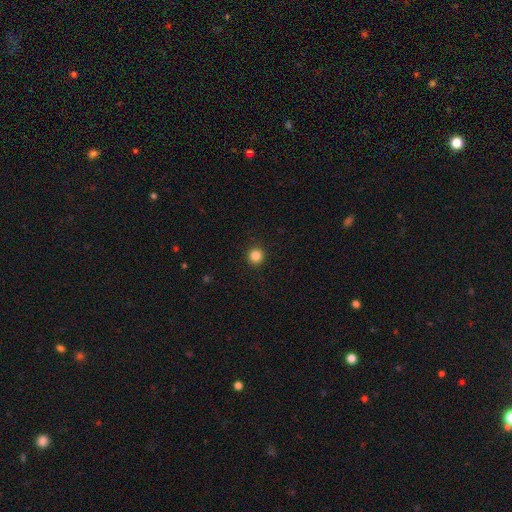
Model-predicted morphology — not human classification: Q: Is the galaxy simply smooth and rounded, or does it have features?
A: smooth — 85%.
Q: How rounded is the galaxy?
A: round — 96%.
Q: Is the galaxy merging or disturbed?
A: none — 93%.